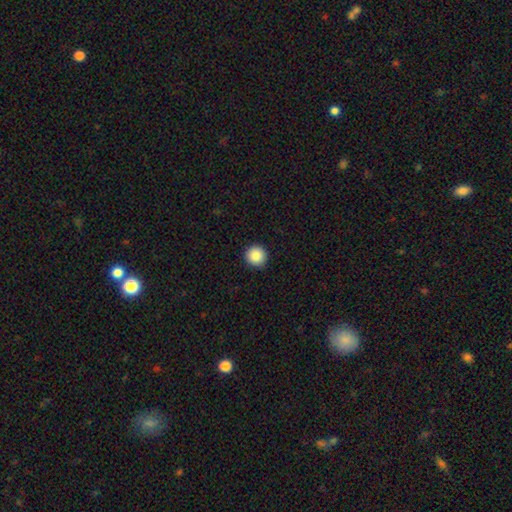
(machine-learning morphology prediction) The model was most divided on "smooth or featured": smooth: 85%, star or artifact: 9%, featured or disk: 5%. More confident: how rounded — round (95%); merging — none (93%).